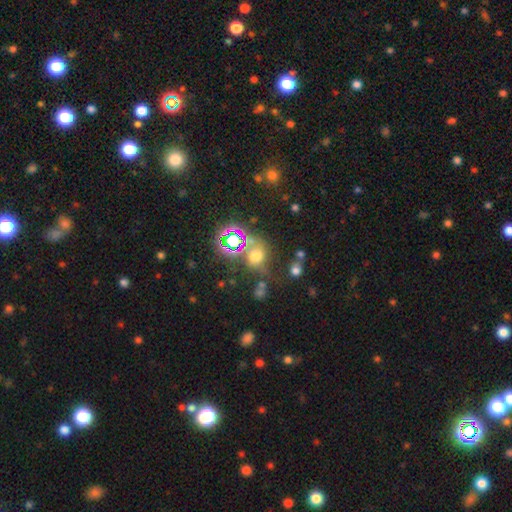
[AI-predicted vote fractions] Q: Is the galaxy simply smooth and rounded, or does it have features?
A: smooth — 50%.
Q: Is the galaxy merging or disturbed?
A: none — 57%.